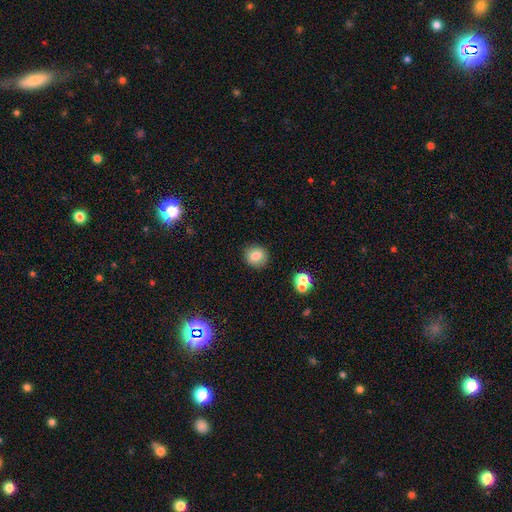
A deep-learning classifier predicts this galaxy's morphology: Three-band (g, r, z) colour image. It shows a smooth galaxy with no disk features (81%) that is round (84%). Merging: none (88%).